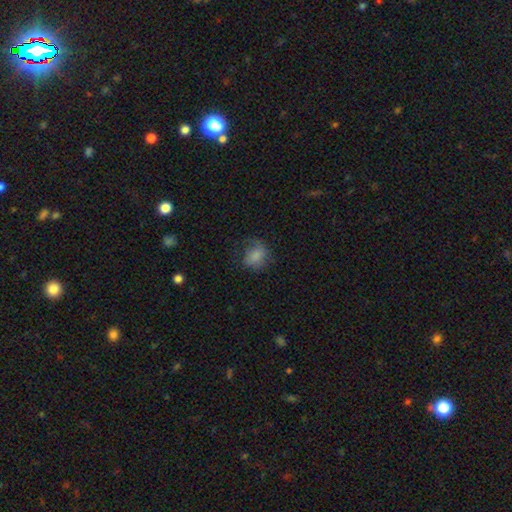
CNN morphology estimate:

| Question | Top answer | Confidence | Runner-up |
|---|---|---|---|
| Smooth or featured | smooth | 71% | featured or disk (19%) |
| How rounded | round | 51% | in between (48%) |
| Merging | none | 48% | minor disturbance (26%) |